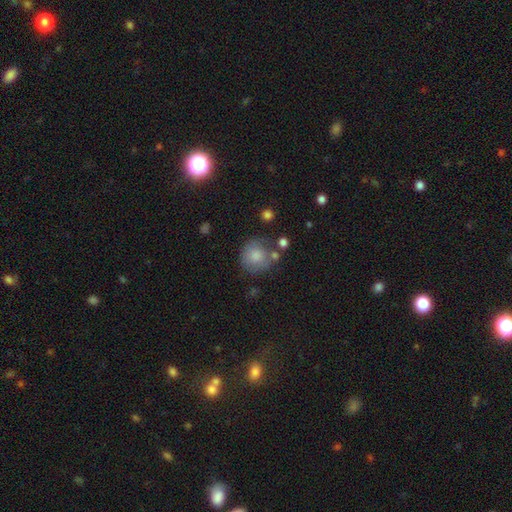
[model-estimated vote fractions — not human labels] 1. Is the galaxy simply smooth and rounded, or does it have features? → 79% smooth, 13% featured or disk, 8% star or artifact.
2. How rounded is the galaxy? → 88% round, 11% in between, 1% cigar-shaped.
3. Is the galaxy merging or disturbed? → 60% none, 21% minor disturbance, 10% merger, 9% major disturbance.